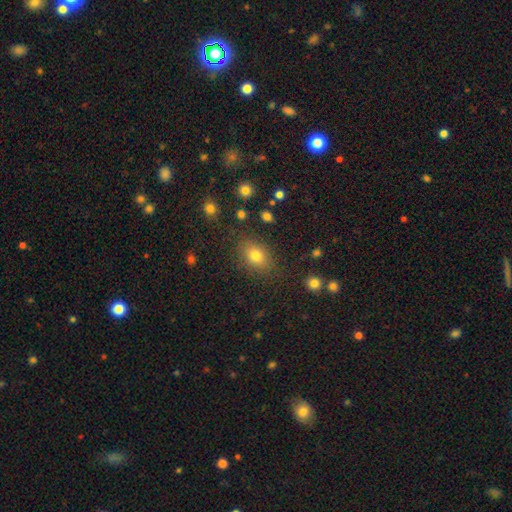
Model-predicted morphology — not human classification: Overall: smooth (78%). How rounded: in between (69%; round 29%). Merging: none (82%).